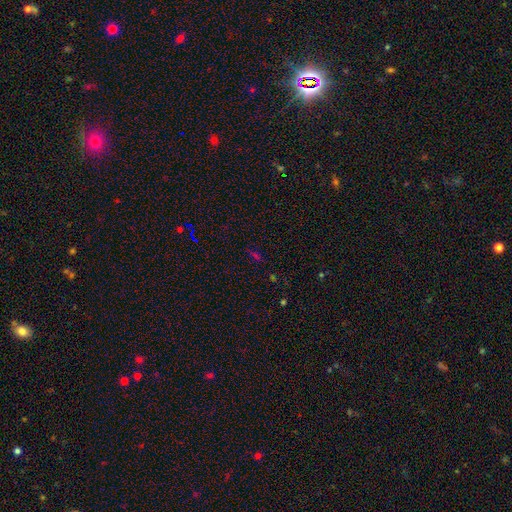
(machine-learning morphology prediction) Smooth or featured? Predicted: star or artifact (p=0.53).